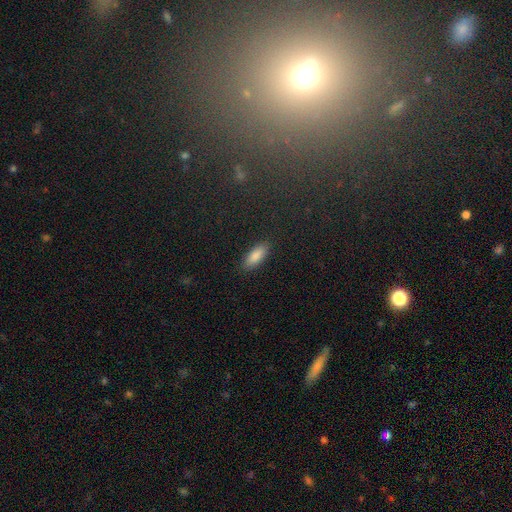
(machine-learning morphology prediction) Q: Smooth or featured?
A: smooth (87%); runner-up: star or artifact (7%)
Q: How rounded?
A: in between (74%); runner-up: cigar-shaped (24%)
Q: Merging?
A: none (88%); runner-up: minor disturbance (9%)